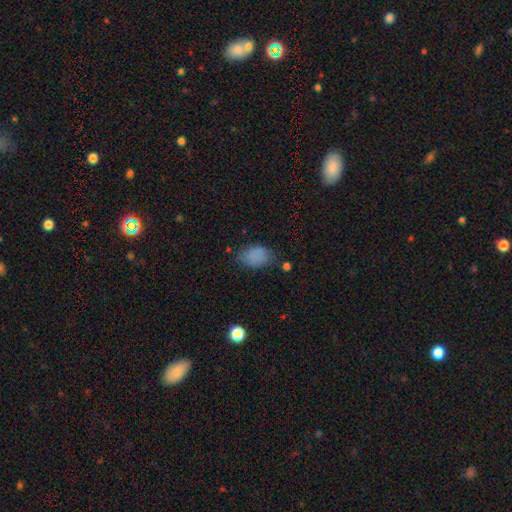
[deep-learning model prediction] Overall: smooth (83%). How rounded: in between (85%). Merging: none (66%).